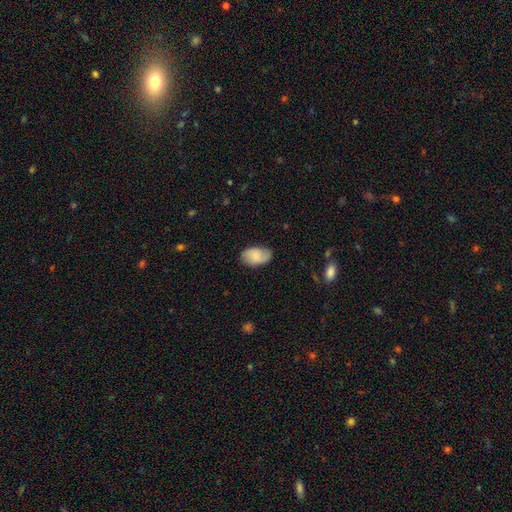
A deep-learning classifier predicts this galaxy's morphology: This appears to be a smooth galaxy with no disk features (74%) that is in between round and cigar-shaped (93%). Merging: none (73%).